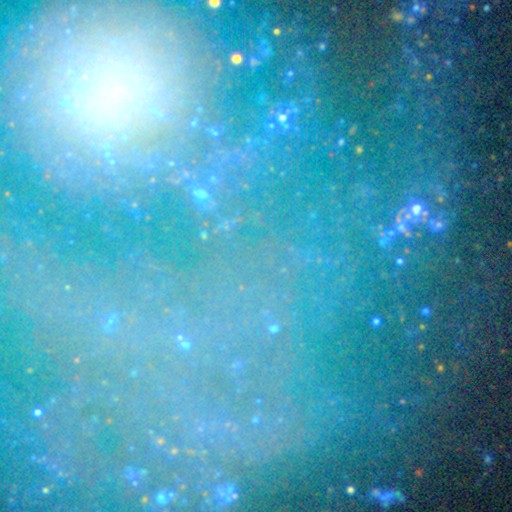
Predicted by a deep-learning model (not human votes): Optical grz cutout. It shows a star or artifact, not a galaxy (59%).